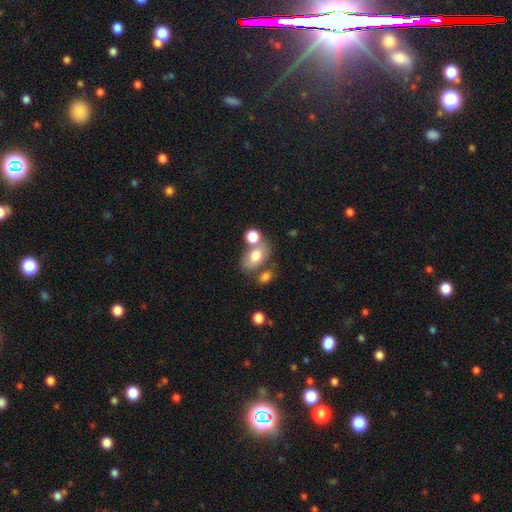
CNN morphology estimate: The model was most divided on "merging": none: 48%, merger: 30%, minor disturbance: 15%, major disturbance: 7%. More confident: how rounded — in between (80%); smooth or featured — smooth (71%).